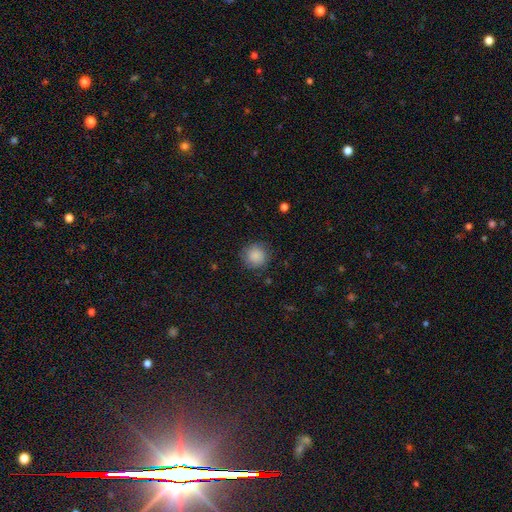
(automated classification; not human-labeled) The model was most divided on "merging": none: 84%, minor disturbance: 11%, major disturbance: 4%, merger: 1%. More confident: how rounded — round (93%); smooth or featured — smooth (86%).